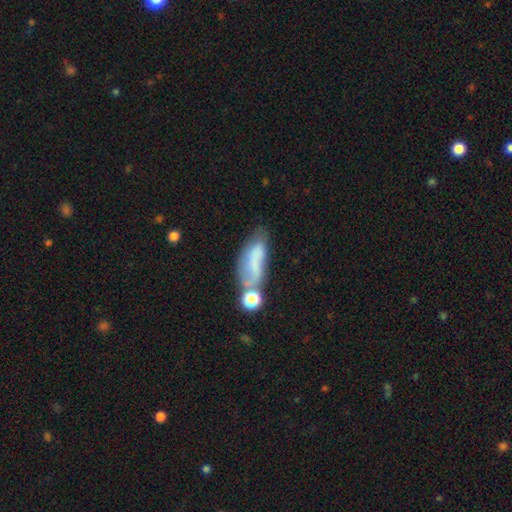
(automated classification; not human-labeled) Smooth or featured: smooth — 58% (featured or disk — 31%)
How rounded: in between — 68% (cigar-shaped — 27%)
Merging: none — 33% (minor disturbance — 25%)